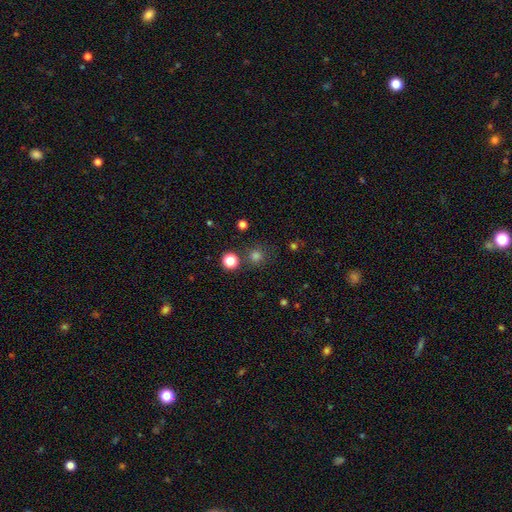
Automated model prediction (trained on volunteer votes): This is likely a smooth galaxy (73%). How rounded: clearly round (92%). Merging: clearly none (81%).